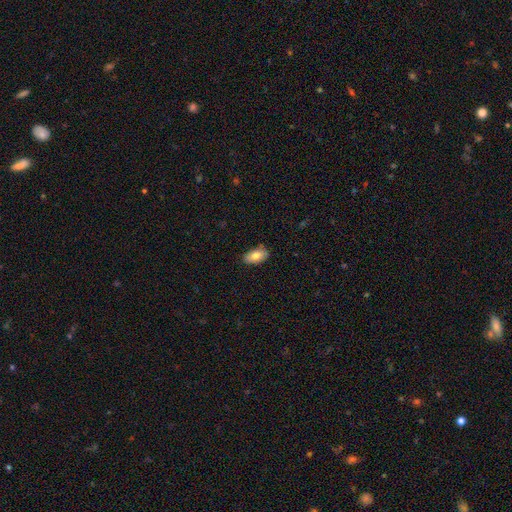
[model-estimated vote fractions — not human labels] This appears to be a smooth galaxy with no disk features (80%) that is in between round and cigar-shaped (92%). Merging: none (82%).